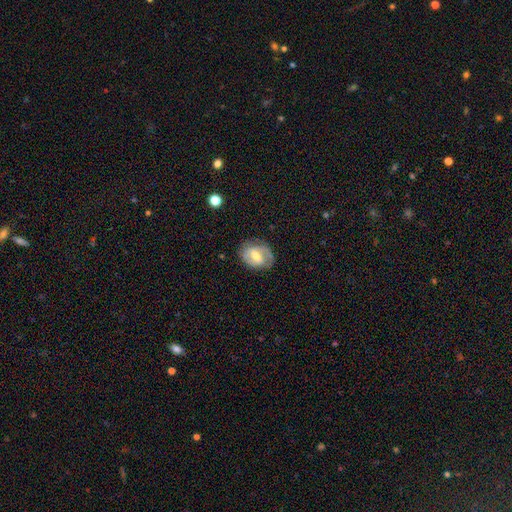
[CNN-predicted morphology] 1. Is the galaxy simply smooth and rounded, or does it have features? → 60% featured or disk, 33% smooth, 7% star or artifact.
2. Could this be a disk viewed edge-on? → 95% no, 5% yes.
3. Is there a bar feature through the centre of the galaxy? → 46% weak, 34% strong, 19% no.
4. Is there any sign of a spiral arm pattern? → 70% yes, 30% no.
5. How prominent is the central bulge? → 64% moderate, 29% small, 5% large, 1% none, 1% dominant.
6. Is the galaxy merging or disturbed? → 70% none, 21% minor disturbance, 8% major disturbance, 1% merger.